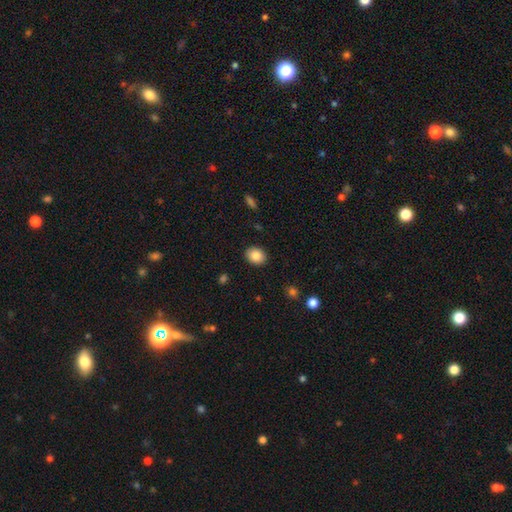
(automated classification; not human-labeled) Smooth or featured?
  - smooth: 86% *
  - star or artifact: 8%
  - featured or disk: 5%
How rounded?
  - in between: 50% *
  - round: 49%
  - cigar-shaped: 1%
Merging?
  - none: 90% *
  - minor disturbance: 7%
  - major disturbance: 2%
  - merger: 1%